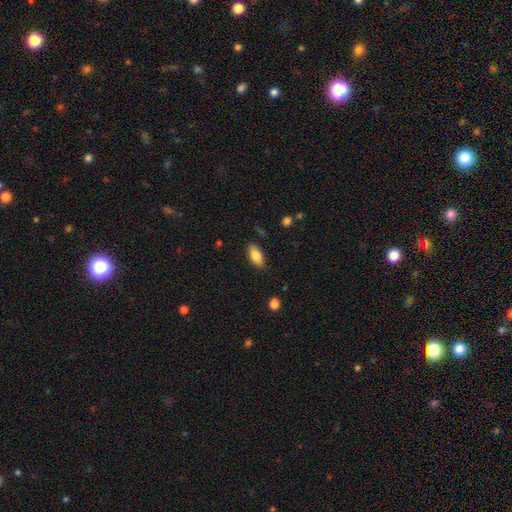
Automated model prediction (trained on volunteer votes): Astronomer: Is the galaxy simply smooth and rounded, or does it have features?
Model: smooth — 81%.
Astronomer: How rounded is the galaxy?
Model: in between — 87%.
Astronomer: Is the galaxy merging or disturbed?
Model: none — 84%.